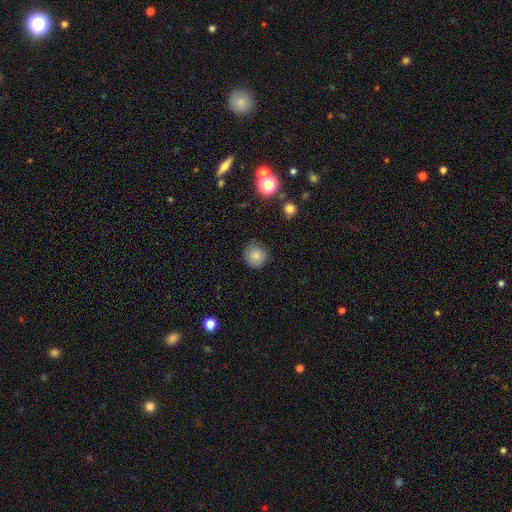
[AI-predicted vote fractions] smooth_or_featured: smooth (p=0.82) [alt: star or artifact p=0.11]
how_rounded: round (p=0.92) [alt: in between p=0.07]
merging: none (p=0.83) [alt: minor disturbance p=0.12]